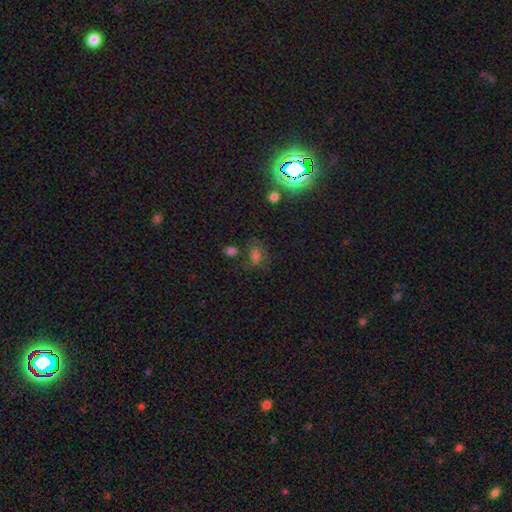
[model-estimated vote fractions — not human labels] This appears to be a smooth galaxy with no disk features (54%) that is in between round and cigar-shaped (69%). Merging: none (51%).